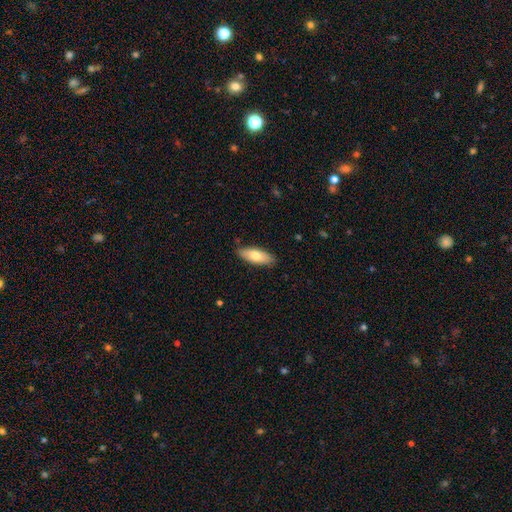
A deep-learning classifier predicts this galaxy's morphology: A smooth galaxy with no disk features (76%) that is in between round and cigar-shaped (75%).

Vote fractions:
- Smooth or featured? smooth: 76% / featured or disk: 18% / star or artifact: 6%
- How rounded? in between: 75% / cigar-shaped: 23% / round: 2%
- Merging? none: 85% / minor disturbance: 12% / major disturbance: 2% / merger: 1%